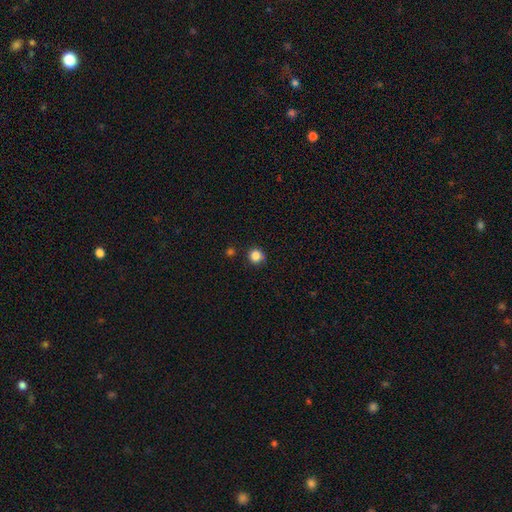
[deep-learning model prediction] Overall: smooth (84%). How rounded: round (92%). Merging: none (83%).